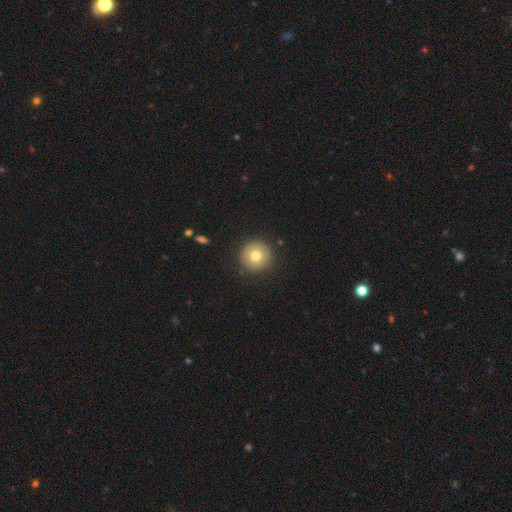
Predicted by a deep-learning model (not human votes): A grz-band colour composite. It shows a smooth galaxy with no disk features (73%) that is round (96%). Merging: none (91%).